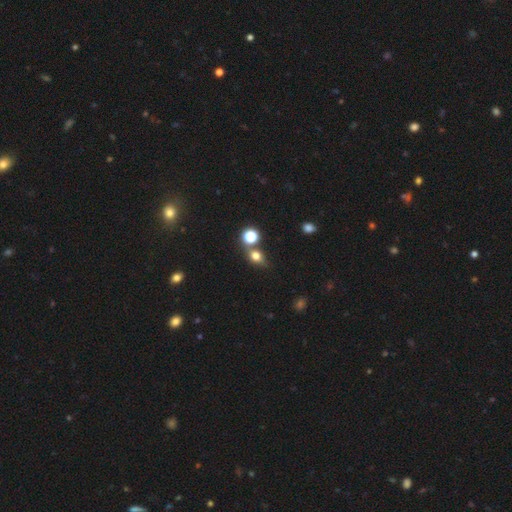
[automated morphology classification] Overall: smooth (68%). How rounded: round (52%; in between 44%). Merging: none (61%).